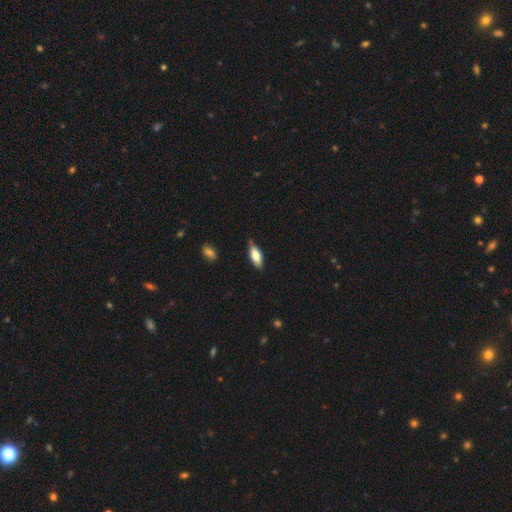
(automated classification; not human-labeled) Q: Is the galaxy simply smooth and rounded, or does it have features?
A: smooth — 74%.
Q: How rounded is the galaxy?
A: in between — 74%.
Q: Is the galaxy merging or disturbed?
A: none — 81%.